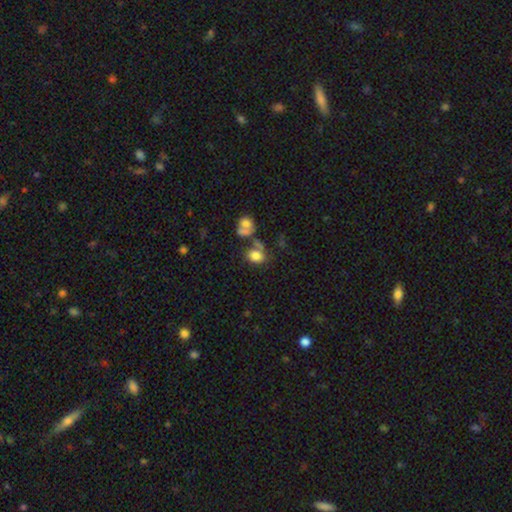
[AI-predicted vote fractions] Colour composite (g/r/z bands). It shows a smooth galaxy with no disk features (78%) that is in between round and cigar-shaped (64%). Merging: none (47%).